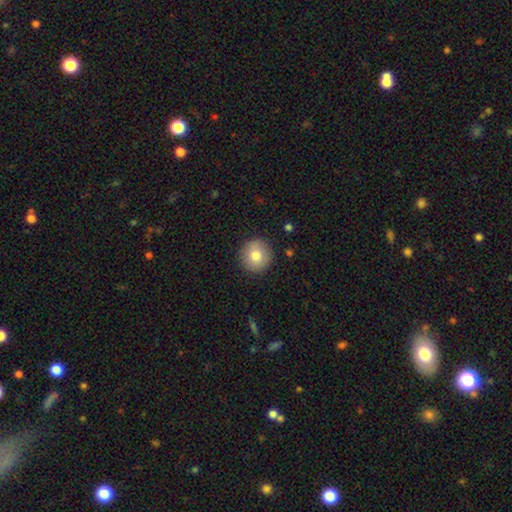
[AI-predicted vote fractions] smooth 79%, featured or disk 13%, star or artifact 8%. Down the decision tree: how rounded — round (95%); merging — none (90%).